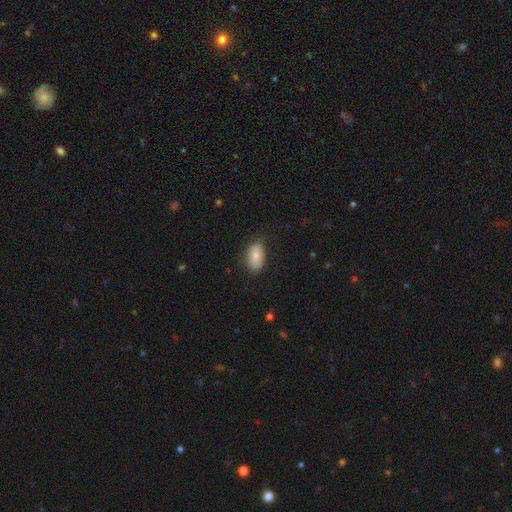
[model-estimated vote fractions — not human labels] Smooth or featured?
  - smooth: 76% *
  - featured or disk: 17%
  - star or artifact: 7%
How rounded?
  - in between: 91% *
  - round: 7%
  - cigar-shaped: 2%
Merging?
  - none: 79% *
  - minor disturbance: 17%
  - major disturbance: 4%
  - merger: 1%